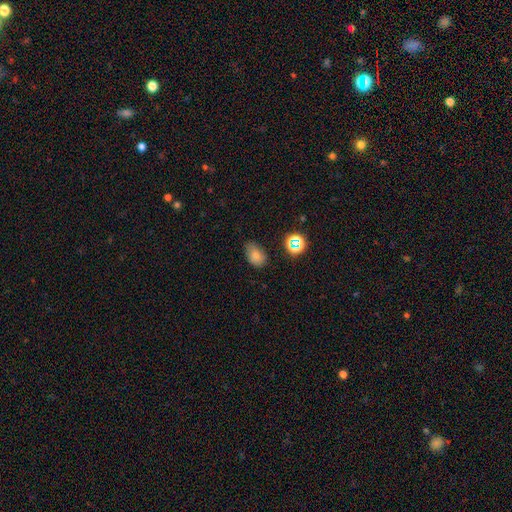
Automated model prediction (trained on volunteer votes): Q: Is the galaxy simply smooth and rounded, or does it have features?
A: smooth — 76%.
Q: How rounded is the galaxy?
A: in between — 81%.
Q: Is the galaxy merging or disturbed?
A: none — 67%.